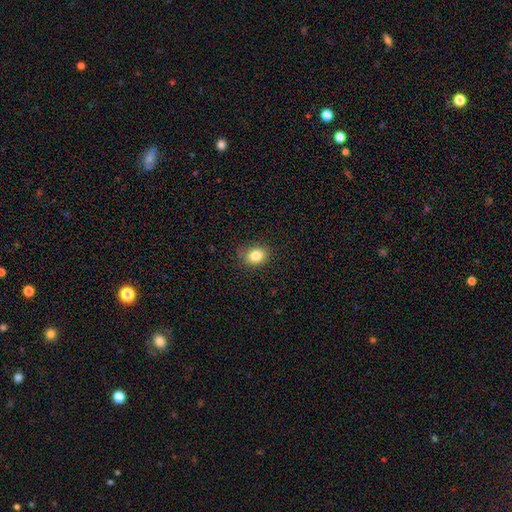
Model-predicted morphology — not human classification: Smooth or featured? smooth (83%)
How rounded? in between (52%)
Merging? none (82%)